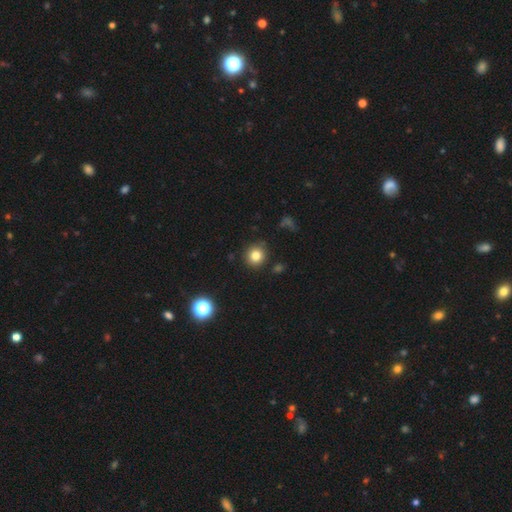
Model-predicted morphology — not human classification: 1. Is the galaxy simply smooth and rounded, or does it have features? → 81% smooth, 13% star or artifact, 7% featured or disk.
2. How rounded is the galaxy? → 92% round, 8% in between, 1% cigar-shaped.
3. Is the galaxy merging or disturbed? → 88% none, 8% minor disturbance, 2% major disturbance, 2% merger.